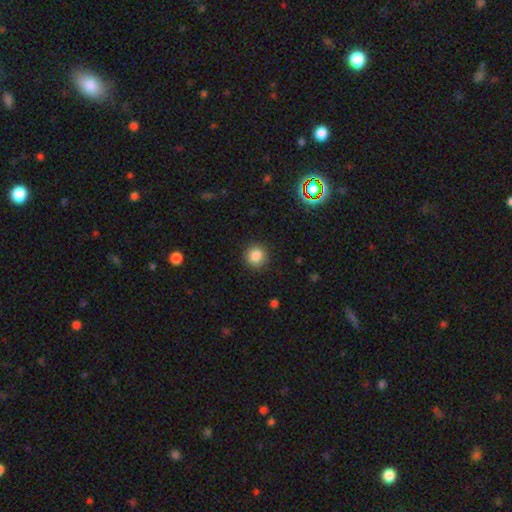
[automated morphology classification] type=smooth (85%); roundness=round (93%); merging=none (90%).